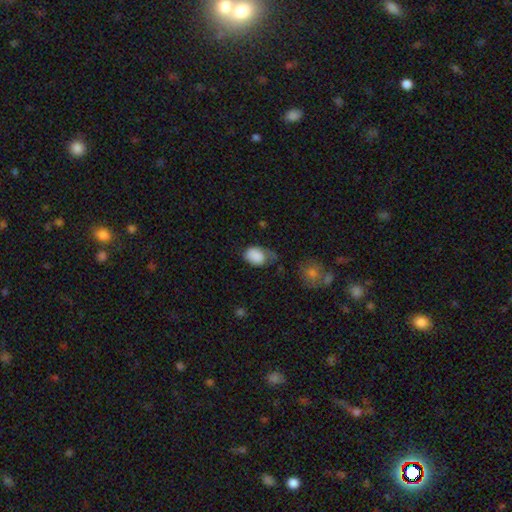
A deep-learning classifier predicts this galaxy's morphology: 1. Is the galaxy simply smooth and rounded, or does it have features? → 86% smooth, 7% star or artifact, 7% featured or disk.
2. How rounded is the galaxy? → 79% in between, 20% round, 1% cigar-shaped.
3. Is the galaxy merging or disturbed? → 39% none, 35% minor disturbance, 21% major disturbance, 5% merger.